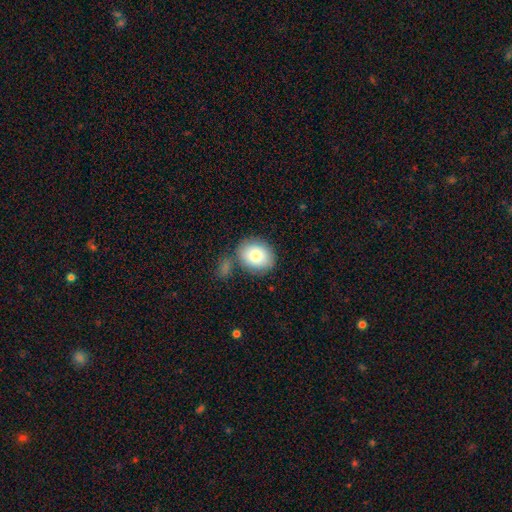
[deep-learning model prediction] Smooth or featured: smooth — 82% (featured or disk — 11%)
How rounded: round — 54% (in between — 45%)
Merging: none — 68% (minor disturbance — 14%)